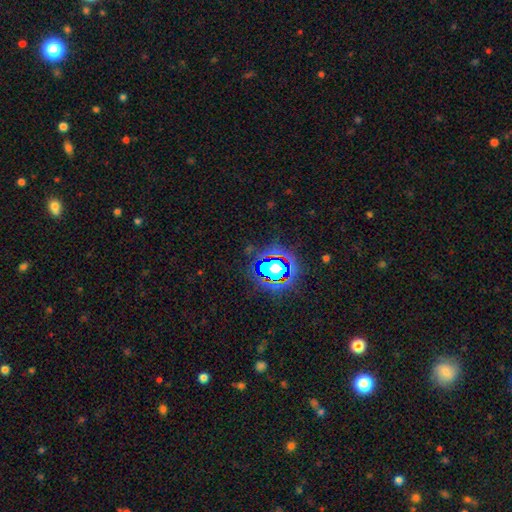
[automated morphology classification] smooth_or_featured: star or artifact (p=0.81) [alt: smooth p=0.11]